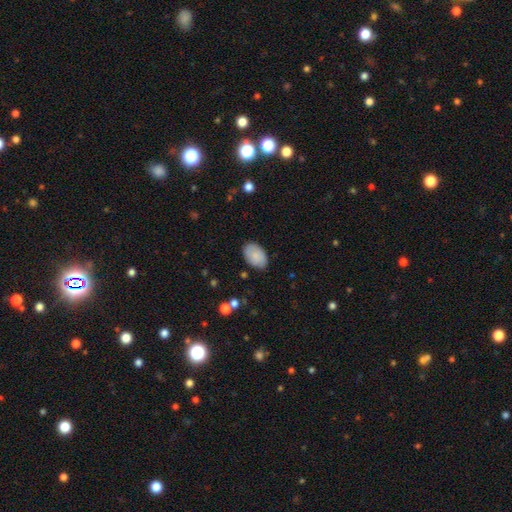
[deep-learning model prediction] Smooth or featured? Predicted: smooth (p=0.86). How rounded? Predicted: in between (p=0.91). Merging? Predicted: none (p=0.85).